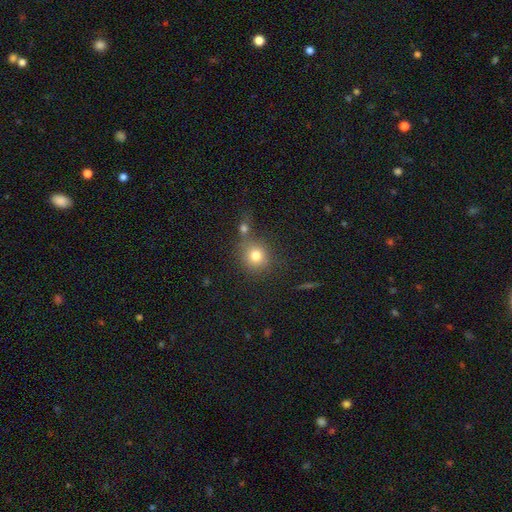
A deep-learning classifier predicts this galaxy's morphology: A smooth galaxy with no disk features (79%) that is round (89%).

Vote fractions:
- Smooth or featured? smooth: 79% / star or artifact: 13% / featured or disk: 8%
- How rounded? round: 89% / in between: 10% / cigar-shaped: 1%
- Merging? none: 59% / merger: 23% / minor disturbance: 12% / major disturbance: 6%